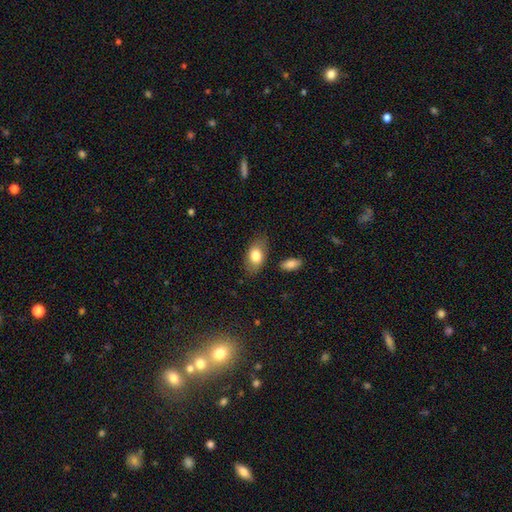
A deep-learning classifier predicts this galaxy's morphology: Smooth or featured? smooth (79%)
How rounded? in between (90%)
Merging? none (77%)